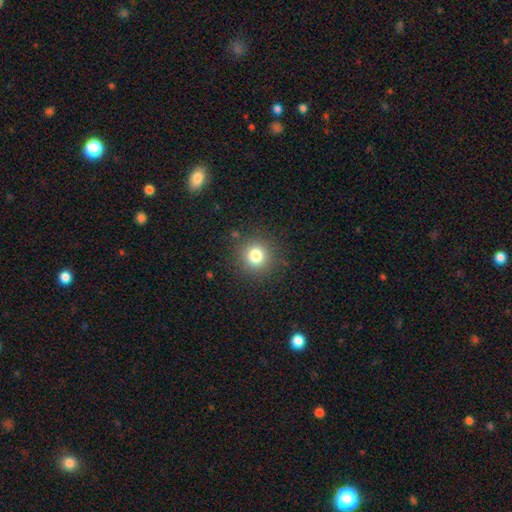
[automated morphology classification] The model was most divided on "smooth or featured": smooth: 79%, star or artifact: 14%, featured or disk: 7%. More confident: how rounded — round (93%); merging — none (88%).